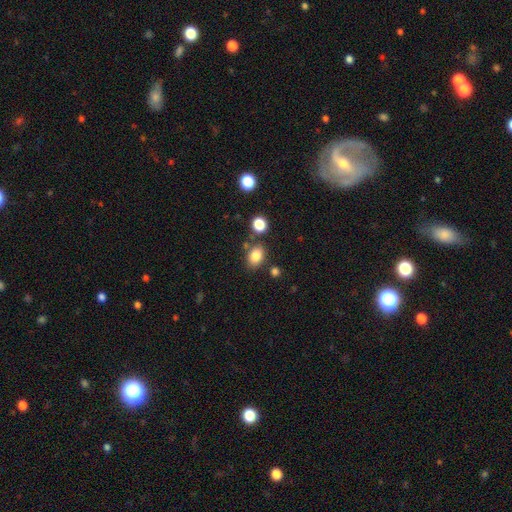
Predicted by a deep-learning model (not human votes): smooth-or-featured: smooth: 83% | star or artifact: 11% | featured or disk: 7%
  how-rounded: in between: 70% | round: 29% | cigar-shaped: 1%
  merging: none: 75% | minor disturbance: 12% | merger: 9% | major disturbance: 4%